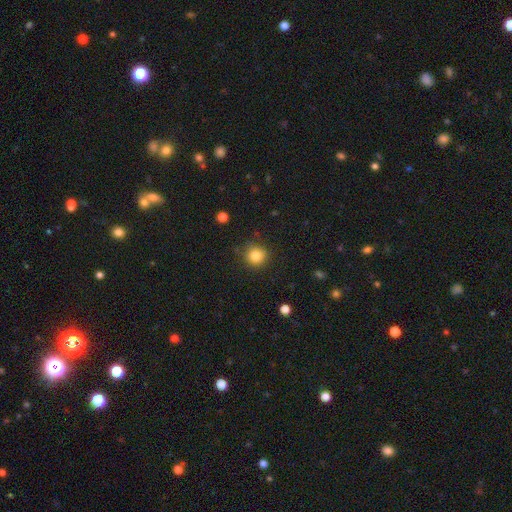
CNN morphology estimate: Smooth or featured?
  - smooth: 84% *
  - star or artifact: 11%
  - featured or disk: 5%
How rounded?
  - round: 91% *
  - in between: 8%
  - cigar-shaped: 1%
Merging?
  - none: 85% *
  - minor disturbance: 11%
  - major disturbance: 3%
  - merger: 2%